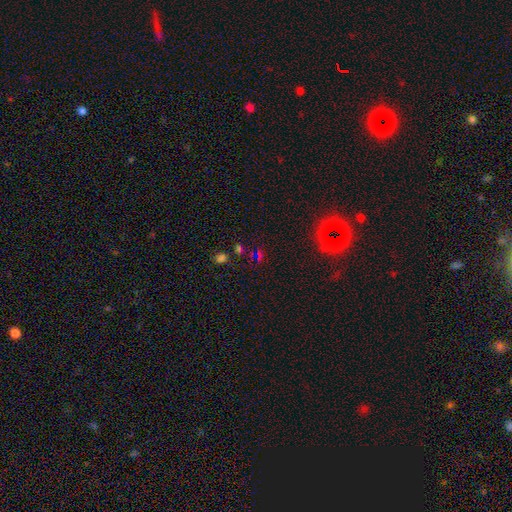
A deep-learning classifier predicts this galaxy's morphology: Smooth or featured? star or artifact (62%)